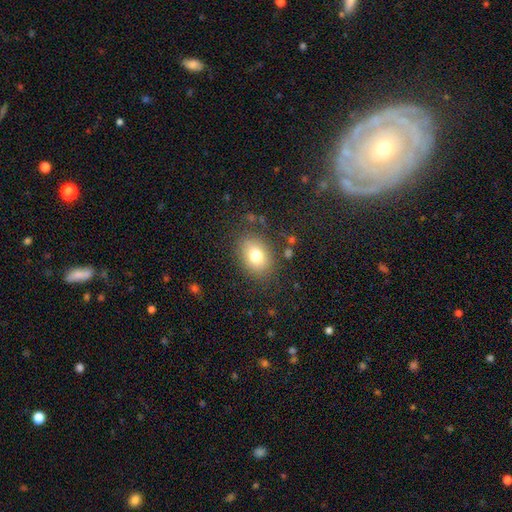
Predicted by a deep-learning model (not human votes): Smooth or featured? Predicted: smooth (p=0.78). How rounded? Predicted: in between (p=0.66). Merging? Predicted: none (p=0.81).